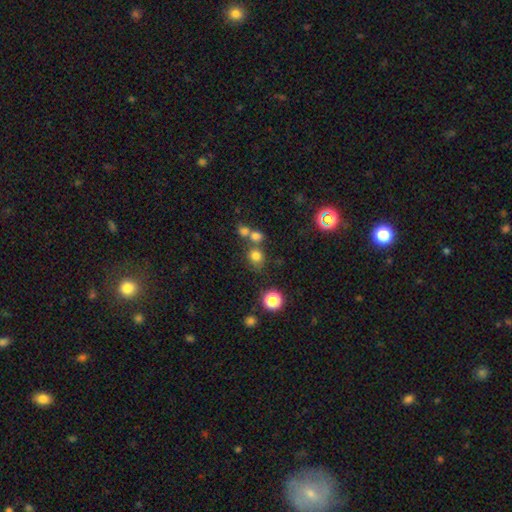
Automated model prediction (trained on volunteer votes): A smooth galaxy with no disk features (74%) that is round (80%). Merging: none (61%).